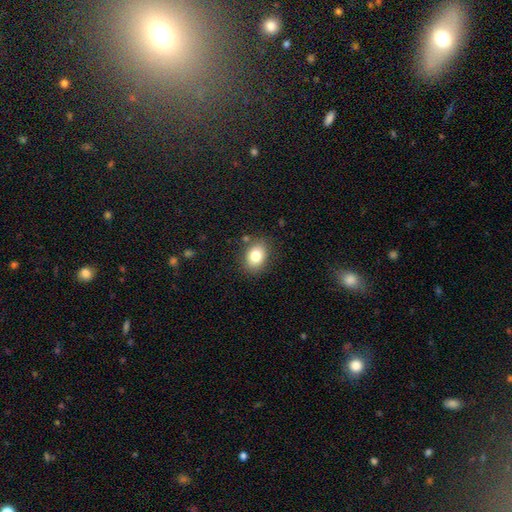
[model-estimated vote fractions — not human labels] A smooth galaxy with no disk features (81%) that is in between round and cigar-shaped (62%). Merging: none (84%).